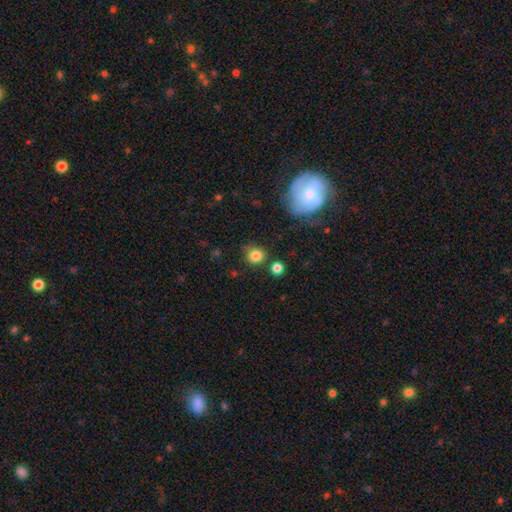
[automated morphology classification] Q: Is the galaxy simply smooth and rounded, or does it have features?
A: smooth — 83%.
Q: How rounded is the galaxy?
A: round — 89%.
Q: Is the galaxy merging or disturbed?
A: none — 77%.